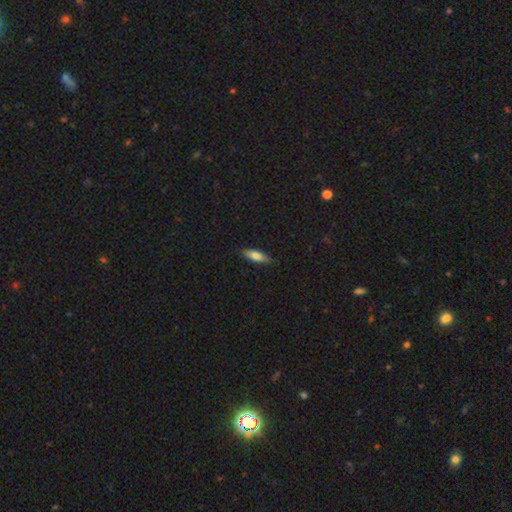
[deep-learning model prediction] smooth 76%, featured or disk 18%, star or artifact 6%. Down the decision tree: how rounded — in between (53%); merging — none (85%).